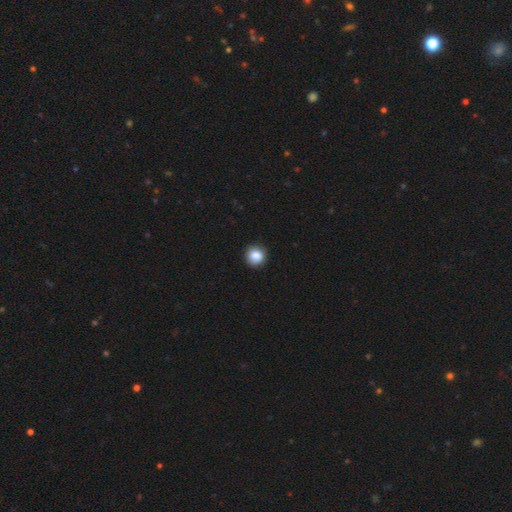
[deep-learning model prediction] This appears to be a smooth galaxy with no disk features (87%) that is round (93%). Merging: none (90%).